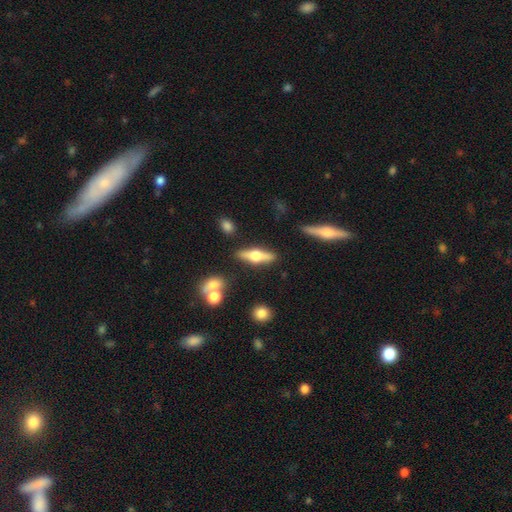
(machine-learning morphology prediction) smooth-or-featured: featured or disk: 57% | smooth: 36% | star or artifact: 6%
  disk-edge-on: yes: 92% | no: 8%
    edge-on-bulge: rounded: 95% | boxy: 4% | none: 2%
  merging: none: 82% | minor disturbance: 10% | merger: 5% | major disturbance: 3%